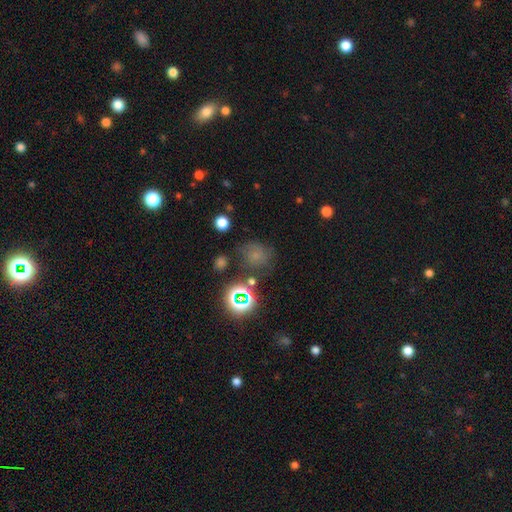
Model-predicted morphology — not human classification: A smooth galaxy with no disk features (48%). Merging: none (65%).